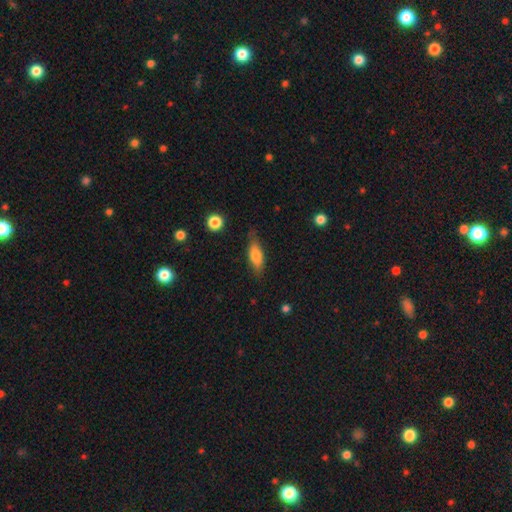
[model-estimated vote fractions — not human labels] Smooth or featured: smooth — 72% (featured or disk — 21%)
How rounded: in between — 66% (cigar-shaped — 31%)
Merging: none — 71% (minor disturbance — 22%)